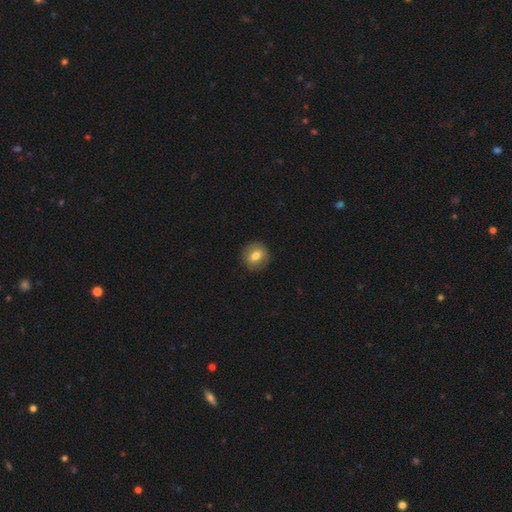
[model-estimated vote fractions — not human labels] Morphology: type=smooth (73%); roundness=round (77%); merging=none (87%).